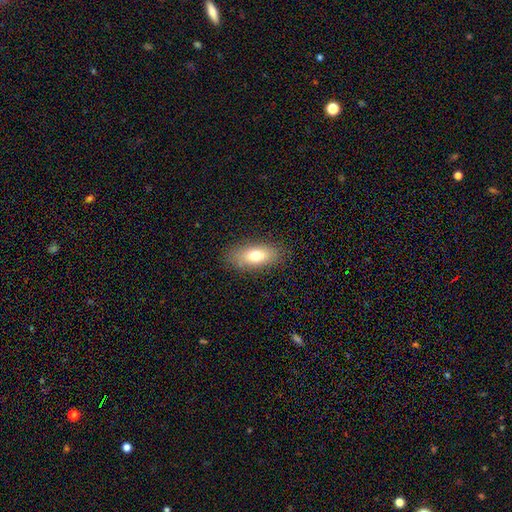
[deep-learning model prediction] The model was most divided on "smooth or featured": smooth: 74%, featured or disk: 18%, star or artifact: 8%. More confident: merging — none (85%); how rounded — in between (82%).